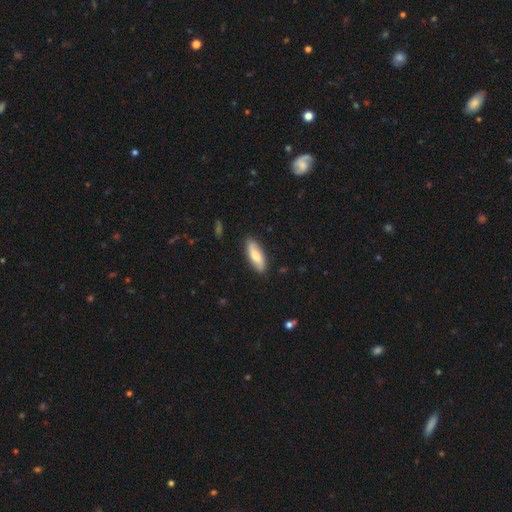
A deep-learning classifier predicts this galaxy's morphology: Overall: smooth (64%; featured or disk 30%). How rounded: in between (66%; cigar-shaped 31%). Merging: none (85%).